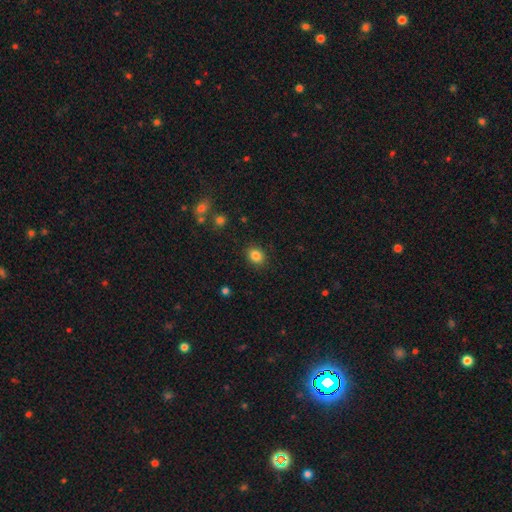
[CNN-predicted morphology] Smooth or featured: smooth — 84% (star or artifact — 11%)
How rounded: round — 62% (in between — 37%)
Merging: none — 88% (minor disturbance — 8%)